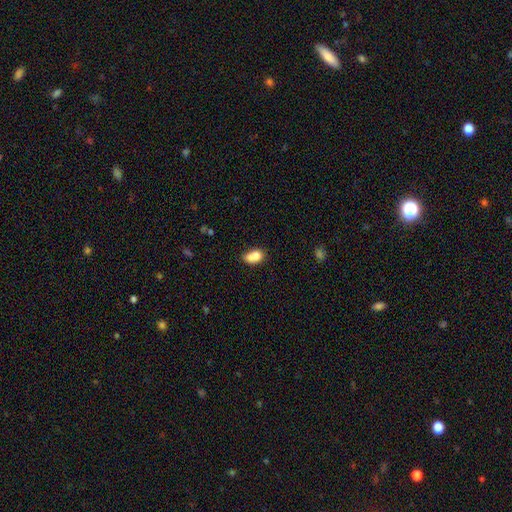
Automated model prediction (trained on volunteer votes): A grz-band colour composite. It shows a smooth galaxy with no disk features (75%) that is in between round and cigar-shaped (73%). Merging: merger (46%).